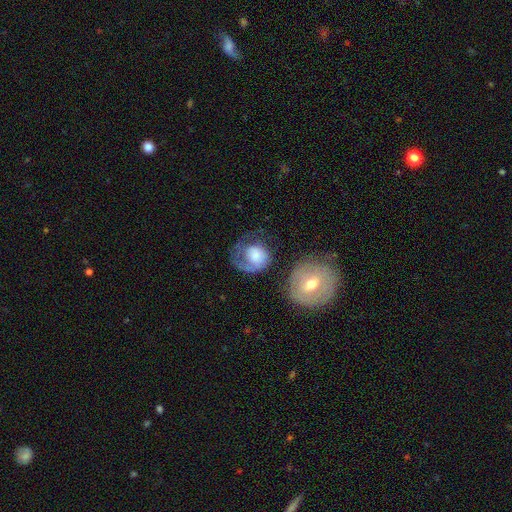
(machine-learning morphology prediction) type=featured or disk (47%); merging=major disturbance (39%).